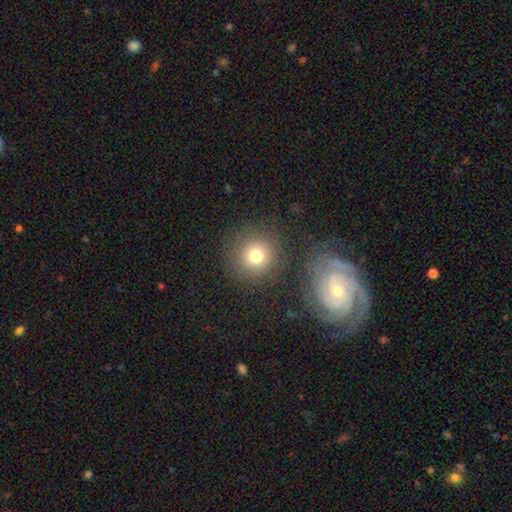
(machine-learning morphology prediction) Smooth or featured? Predicted: smooth (p=0.77). How rounded? Predicted: round (p=0.92). Merging? Predicted: none (p=0.82).